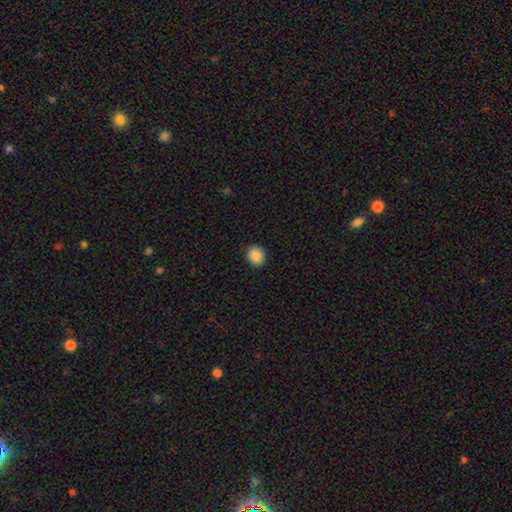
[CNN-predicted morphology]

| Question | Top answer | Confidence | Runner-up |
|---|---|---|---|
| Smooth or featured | smooth | 88% | star or artifact (9%) |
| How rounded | round | 75% | in between (24%) |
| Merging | none | 91% | minor disturbance (6%) |